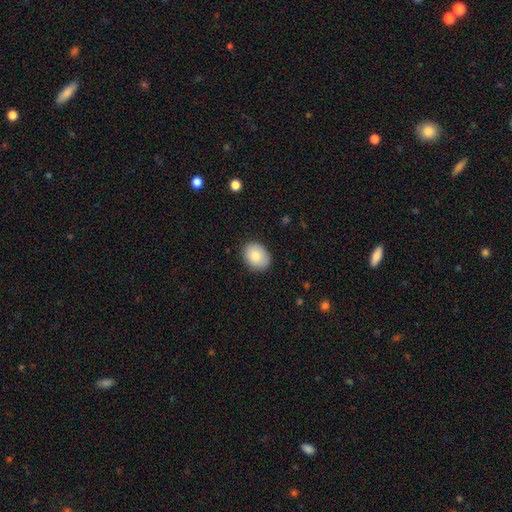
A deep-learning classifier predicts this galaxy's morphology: A smooth galaxy with no disk features (83%) that is in between round and cigar-shaped (60%).

Vote fractions:
- Smooth or featured? smooth: 83% / featured or disk: 10% / star or artifact: 7%
- How rounded? in between: 60% / round: 40% / cigar-shaped: 1%
- Merging? none: 87% / minor disturbance: 10% / major disturbance: 2% / merger: 1%